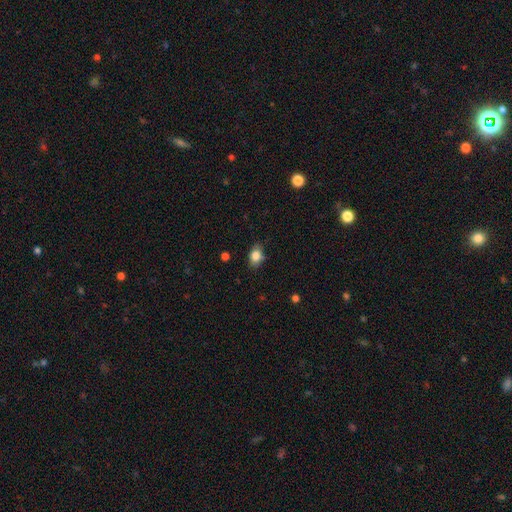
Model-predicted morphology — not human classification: type=smooth (82%); roundness=in between (72%); merging=none (76%).